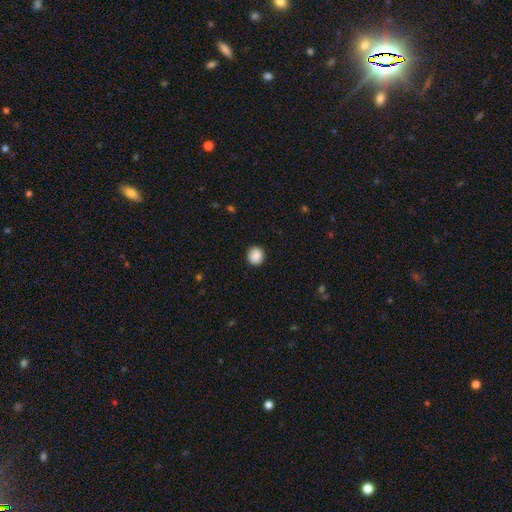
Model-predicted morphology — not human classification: smooth 89%, star or artifact 8%, featured or disk 3%. Down the decision tree: how rounded — round (88%); merging — none (91%).